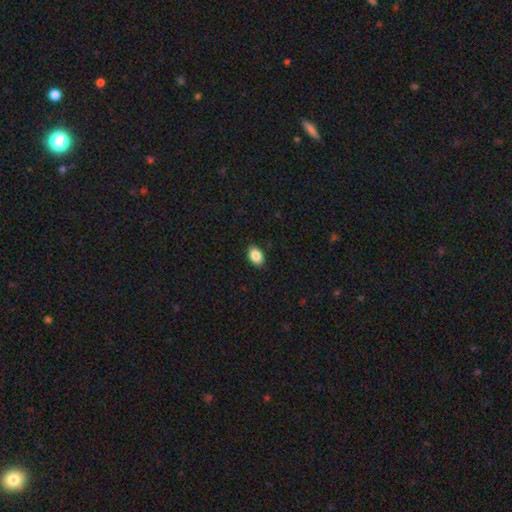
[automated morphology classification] Q: Smooth or featured?
A: smooth (88%); runner-up: star or artifact (8%)
Q: How rounded?
A: in between (88%); runner-up: round (11%)
Q: Merging?
A: none (89%); runner-up: minor disturbance (8%)